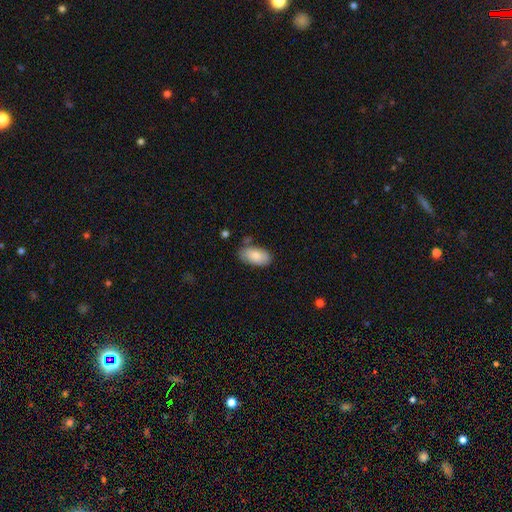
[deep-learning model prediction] This appears to be a smooth galaxy with no disk features (84%) that is in between round and cigar-shaped (94%). Merging: none (75%).